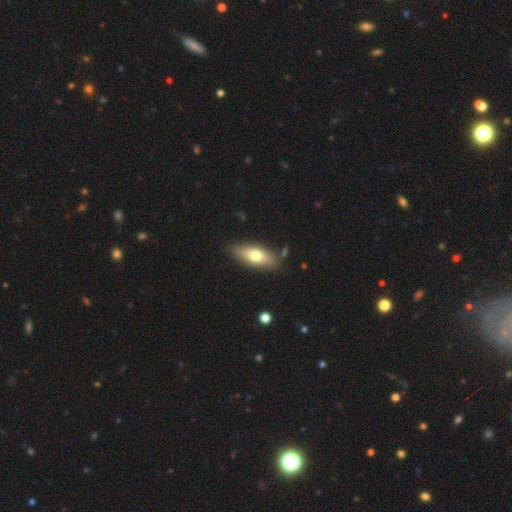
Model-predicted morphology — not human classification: smooth_or_featured: smooth (p=0.70) [alt: featured or disk p=0.24]
how_rounded: in between (p=0.77) [alt: cigar-shaped p=0.20]
merging: none (p=0.82) [alt: minor disturbance p=0.12]